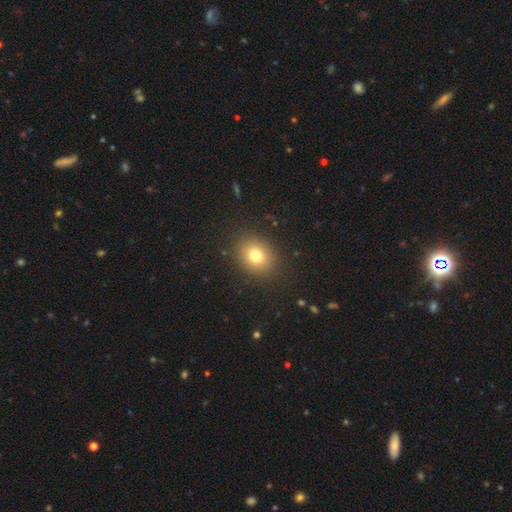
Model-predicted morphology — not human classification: type=smooth (77%); roundness=round (64%); merging=none (88%).